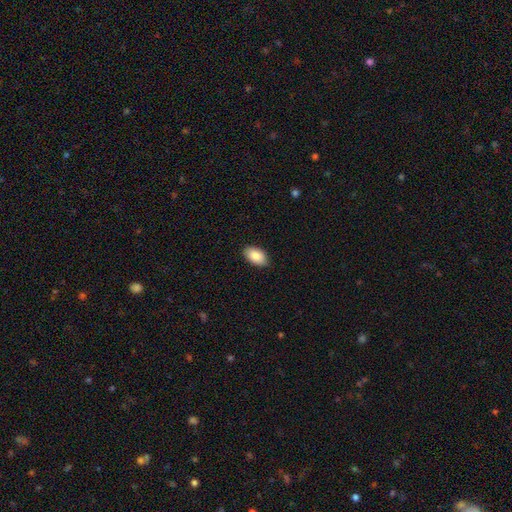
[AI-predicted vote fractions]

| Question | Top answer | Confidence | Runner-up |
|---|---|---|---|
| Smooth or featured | smooth | 87% | star or artifact (7%) |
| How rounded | in between | 94% | round (5%) |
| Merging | none | 87% | minor disturbance (10%) |